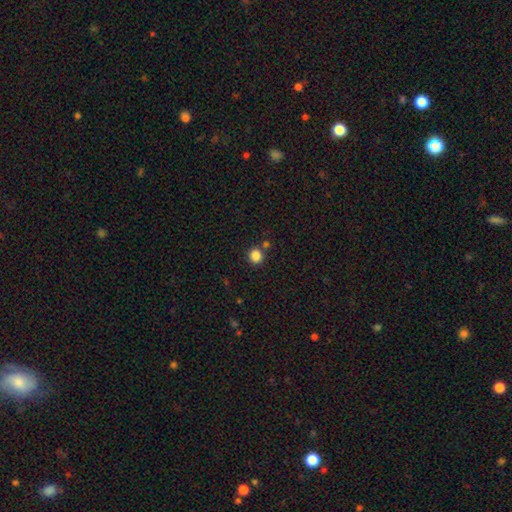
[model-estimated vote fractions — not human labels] Overall: smooth (85%). How rounded: round (91%). Merging: none (81%).